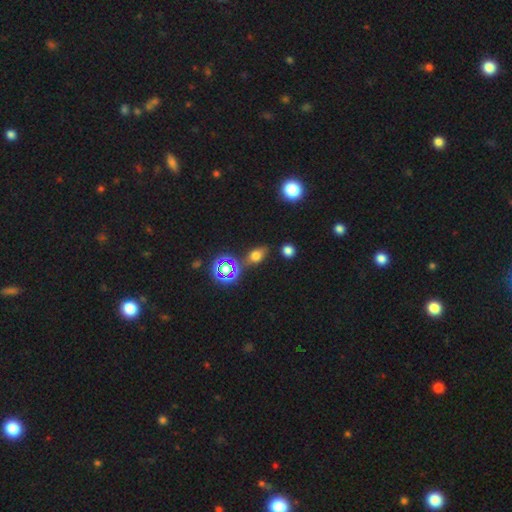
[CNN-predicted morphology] Smooth or featured?
  - smooth: 56% *
  - star or artifact: 27%
  - featured or disk: 16%
How rounded?
  - in between: 69% *
  - round: 25%
  - cigar-shaped: 6%
Merging?
  - none: 71% *
  - minor disturbance: 15%
  - merger: 8%
  - major disturbance: 6%